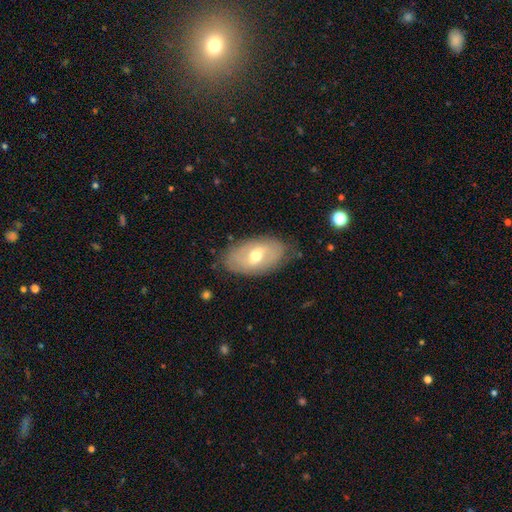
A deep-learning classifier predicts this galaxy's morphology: Smooth or featured? featured or disk (48%)
Merging? none (76%)